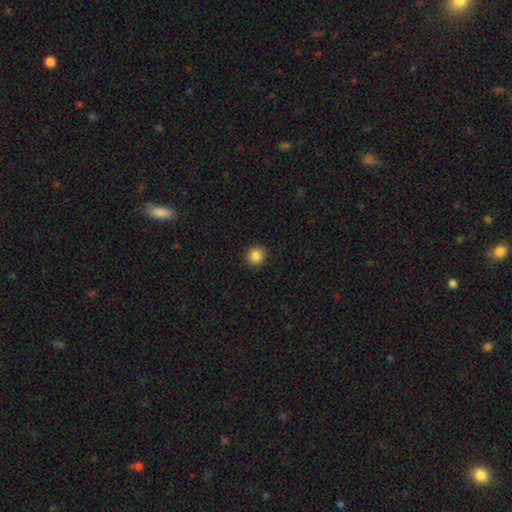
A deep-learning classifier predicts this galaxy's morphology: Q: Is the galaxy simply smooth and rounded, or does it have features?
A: smooth — 86%.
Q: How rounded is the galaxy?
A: round — 89%.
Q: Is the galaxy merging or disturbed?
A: none — 91%.